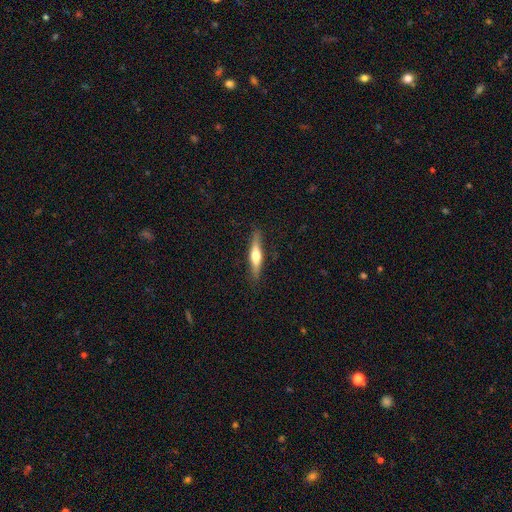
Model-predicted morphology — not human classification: smooth-or-featured: featured or disk: 50% | smooth: 45% | star or artifact: 6%
  merging: none: 87% | minor disturbance: 10% | major disturbance: 2% | merger: 1%